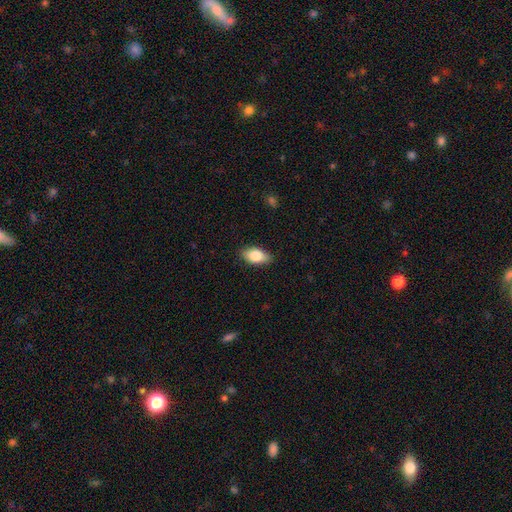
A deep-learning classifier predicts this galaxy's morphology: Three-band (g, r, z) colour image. It shows a smooth galaxy with no disk features (82%) that is in between round and cigar-shaped (91%). Merging: none (87%).